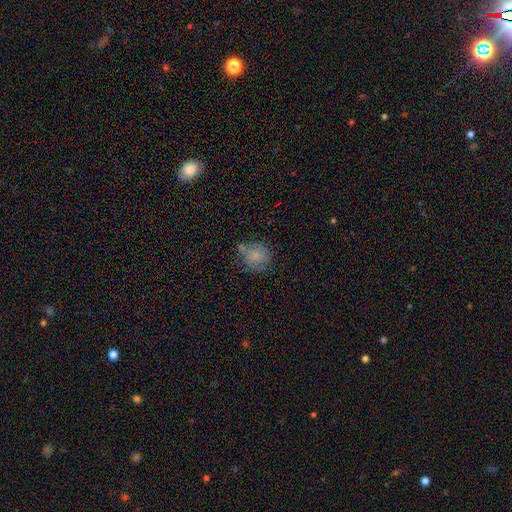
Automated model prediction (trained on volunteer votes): Smooth or featured: smooth — 78% (featured or disk — 12%)
How rounded: round — 77% (in between — 22%)
Merging: none — 56% (minor disturbance — 22%)